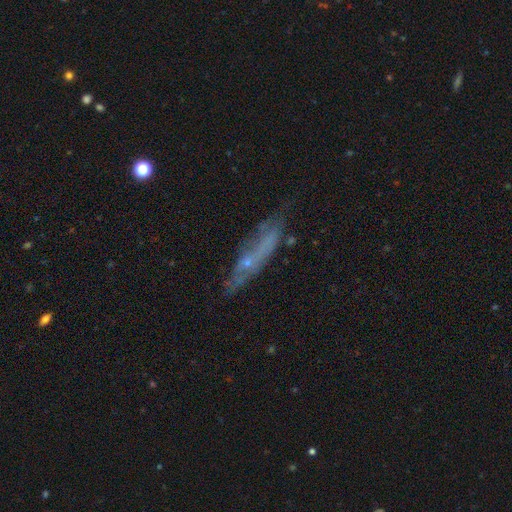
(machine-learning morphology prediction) Smooth or featured: featured or disk — 55% (smooth — 31%)
Edge-on disk: yes — 52% (no — 48%)
Merging: none — 65% (minor disturbance — 22%)